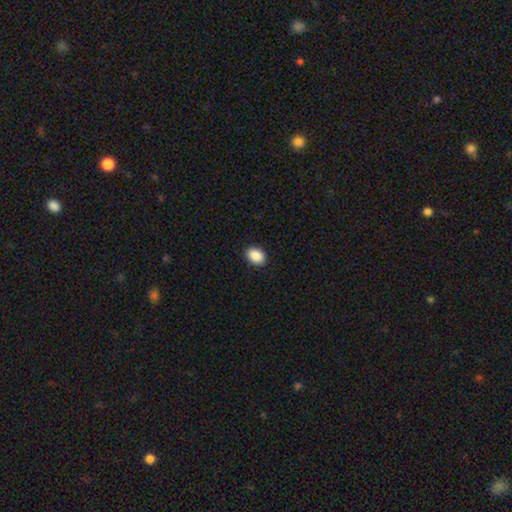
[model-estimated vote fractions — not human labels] Q: Smooth or featured?
A: smooth (90%); runner-up: star or artifact (7%)
Q: How rounded?
A: in between (77%); runner-up: round (22%)
Q: Merging?
A: none (90%); runner-up: minor disturbance (7%)